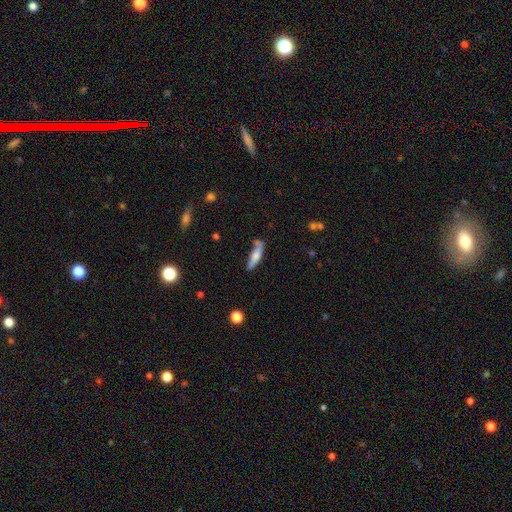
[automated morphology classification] smooth-or-featured: smooth: 60% | featured or disk: 33% | star or artifact: 7%
  how-rounded: cigar-shaped: 77% | in between: 21% | round: 2%
  merging: none: 63% | minor disturbance: 24% | major disturbance: 6% | merger: 6%